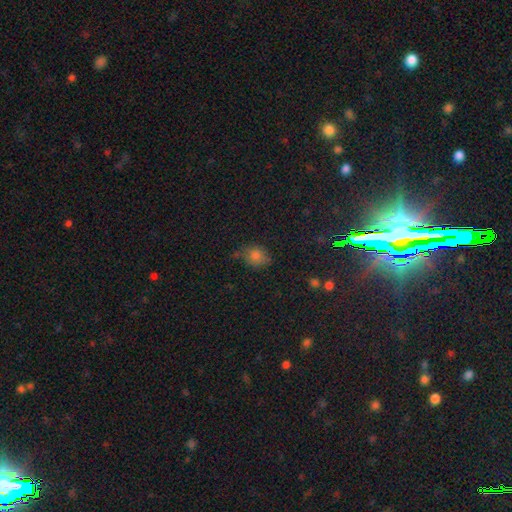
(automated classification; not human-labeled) Q: Smooth or featured?
A: smooth (76%); runner-up: star or artifact (15%)
Q: How rounded?
A: round (52%); runner-up: in between (46%)
Q: Merging?
A: none (61%); runner-up: minor disturbance (28%)